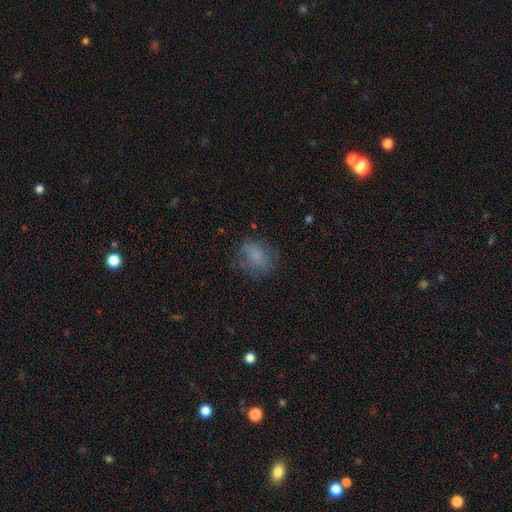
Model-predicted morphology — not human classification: This appears to be a smooth galaxy with no disk features (69%) that is in between round and cigar-shaped (52%). Merging: none (62%).